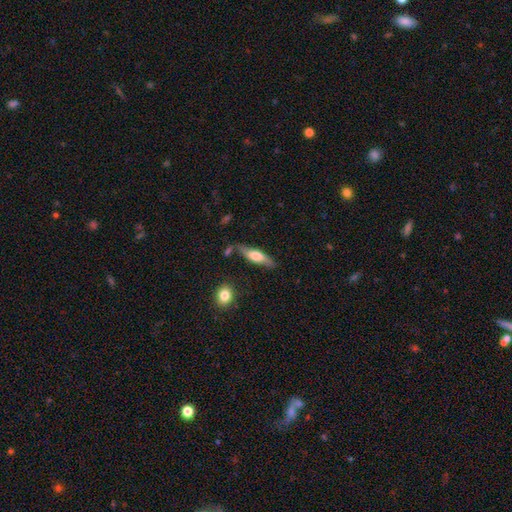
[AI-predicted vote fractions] This is possibly a smooth galaxy (50%). How rounded: likely cigar-shaped (63%). Merging: likely none (74%).